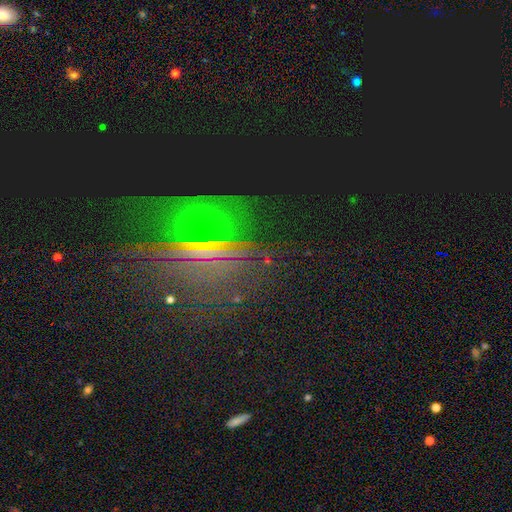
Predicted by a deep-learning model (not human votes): This is possibly a star or artifact rather than a galaxy (52%).